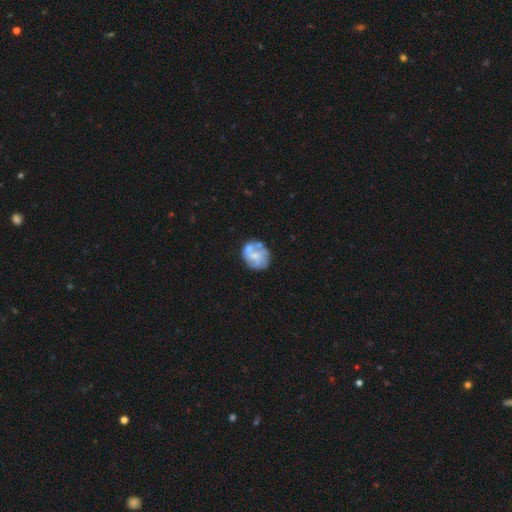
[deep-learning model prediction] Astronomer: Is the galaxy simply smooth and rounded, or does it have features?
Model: featured or disk — 60%.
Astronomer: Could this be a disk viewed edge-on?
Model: no — 98%.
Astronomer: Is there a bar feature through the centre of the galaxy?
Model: no — 72%.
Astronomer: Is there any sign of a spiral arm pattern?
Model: yes — 51% (runner-up: no, 49%).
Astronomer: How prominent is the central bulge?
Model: moderate — 39% (runner-up: small, 32%).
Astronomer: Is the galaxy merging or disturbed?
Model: none — 51%.